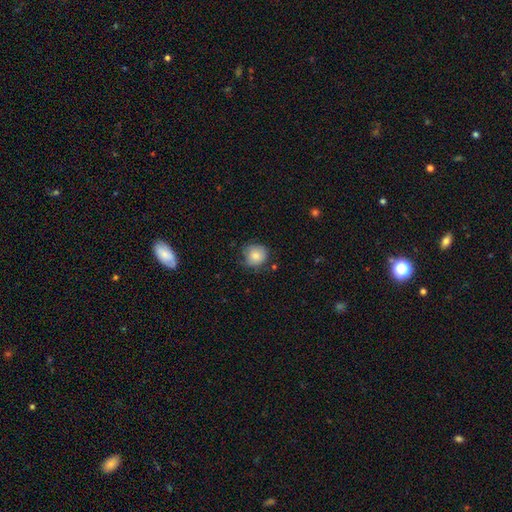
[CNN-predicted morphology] smooth 82%, featured or disk 10%, star or artifact 8%. Down the decision tree: how rounded — round (86%); merging — none (66%).